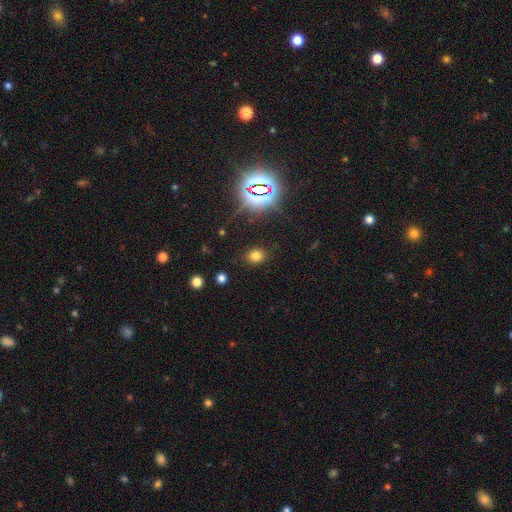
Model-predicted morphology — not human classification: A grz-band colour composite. It shows a smooth galaxy with no disk features (70%) that is round (55%). Merging: none (85%).